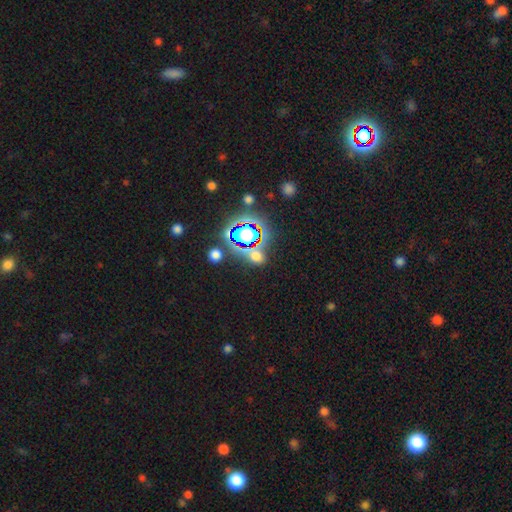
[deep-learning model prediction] A star or artifact, not a galaxy (45%).